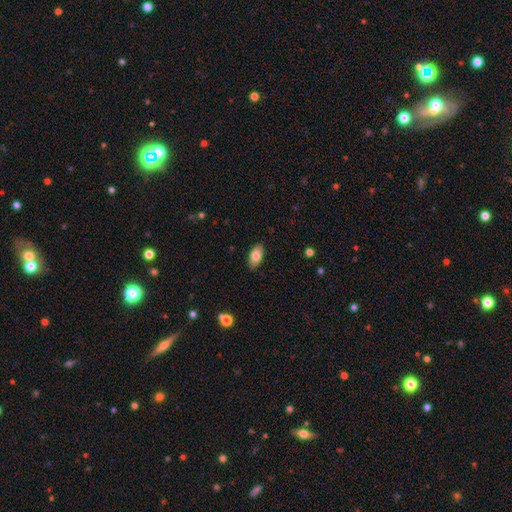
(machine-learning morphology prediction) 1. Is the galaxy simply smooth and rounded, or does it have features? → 80% smooth, 13% featured or disk, 7% star or artifact.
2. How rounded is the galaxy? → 92% in between, 5% cigar-shaped, 4% round.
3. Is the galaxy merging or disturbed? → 88% none, 9% minor disturbance, 2% major disturbance, 1% merger.